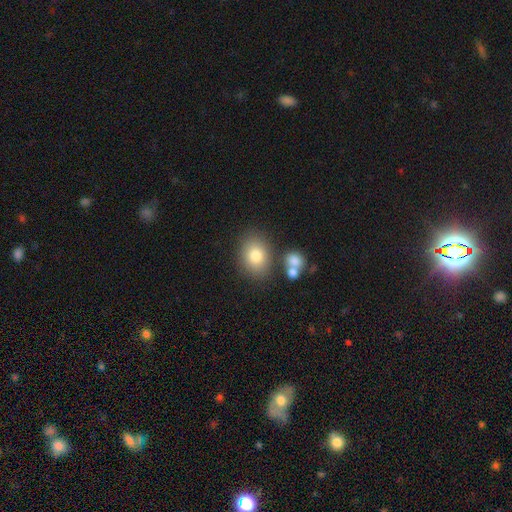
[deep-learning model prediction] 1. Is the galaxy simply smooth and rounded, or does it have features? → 79% smooth, 11% featured or disk, 10% star or artifact.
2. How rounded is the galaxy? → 59% in between, 40% round, 1% cigar-shaped.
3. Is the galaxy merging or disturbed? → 74% none, 12% minor disturbance, 10% merger, 4% major disturbance.